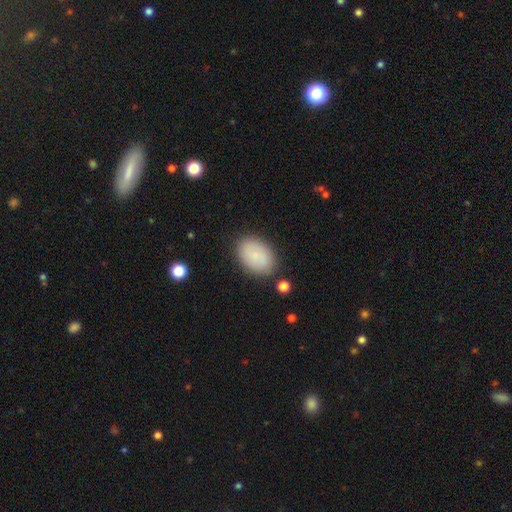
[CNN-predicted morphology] Smooth or featured: smooth — 83% (featured or disk — 10%)
How rounded: in between — 88% (round — 11%)
Merging: none — 84% (minor disturbance — 11%)